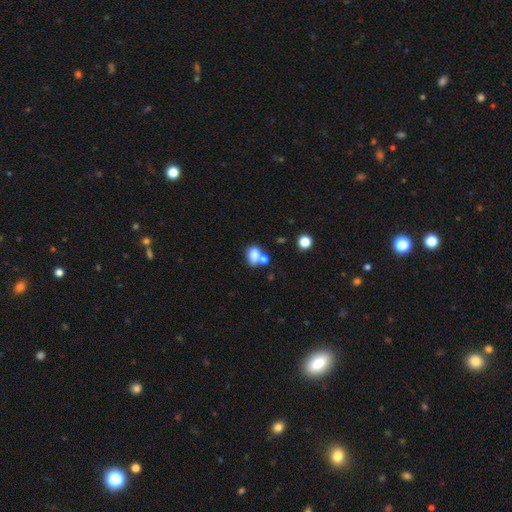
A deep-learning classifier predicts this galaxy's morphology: Smooth or featured? Predicted: smooth (p=0.75). How rounded? Predicted: in between (p=0.78). Merging? Predicted: merger (p=0.56).